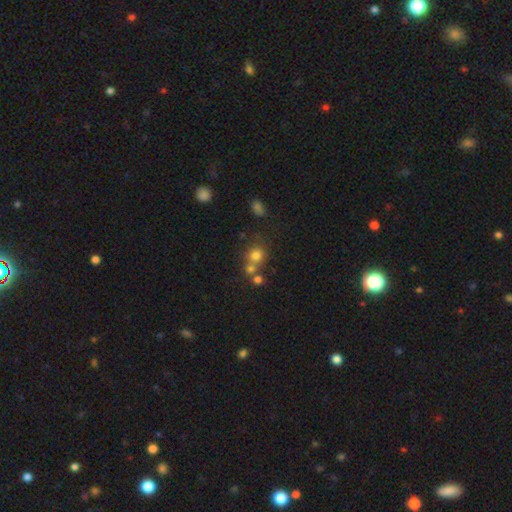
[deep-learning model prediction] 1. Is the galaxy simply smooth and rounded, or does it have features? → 73% smooth, 16% star or artifact, 10% featured or disk.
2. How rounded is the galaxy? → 85% round, 14% in between, 1% cigar-shaped.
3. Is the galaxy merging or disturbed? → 53% none, 35% merger, 9% minor disturbance, 4% major disturbance.